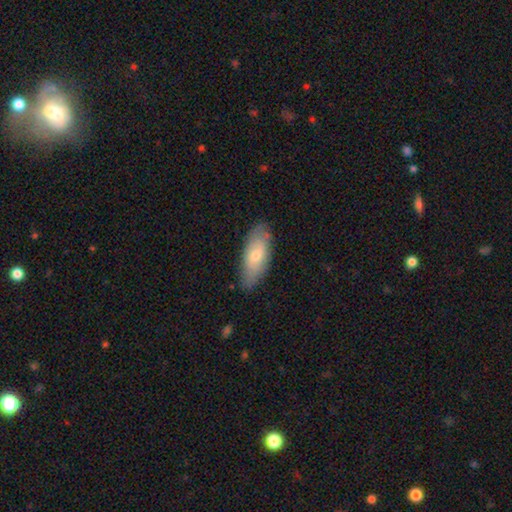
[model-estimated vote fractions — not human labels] smooth_or_featured: smooth (p=0.67) [alt: featured or disk p=0.27]
how_rounded: in between (p=0.78) [alt: cigar-shaped p=0.20]
merging: none (p=0.80) [alt: minor disturbance p=0.16]